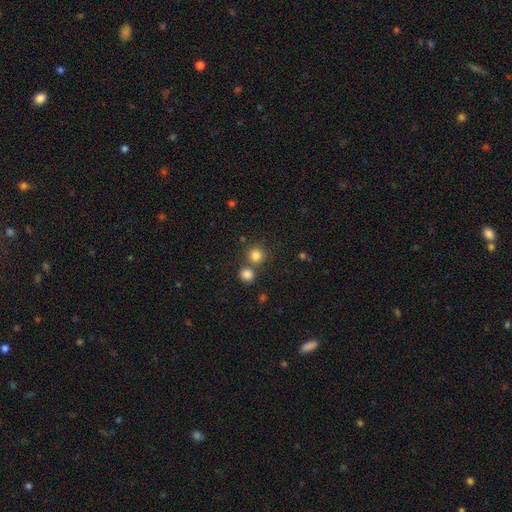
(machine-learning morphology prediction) smooth-or-featured: smooth: 82% | star or artifact: 12% | featured or disk: 6%
  how-rounded: round: 92% | in between: 7% | cigar-shaped: 1%
  merging: none: 68% | merger: 23% | minor disturbance: 7% | major disturbance: 3%